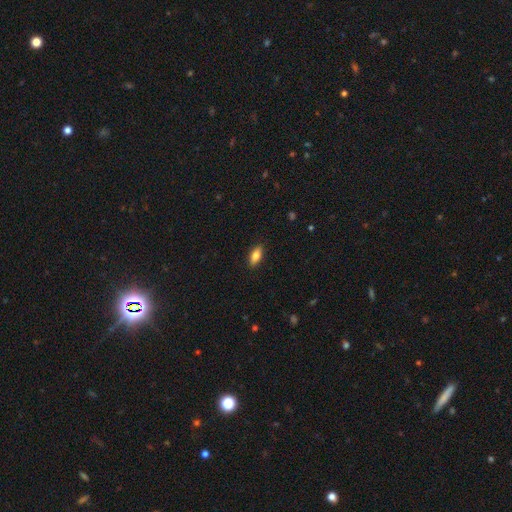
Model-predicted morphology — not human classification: Overall: smooth (80%). How rounded: in between (82%). Merging: none (89%).